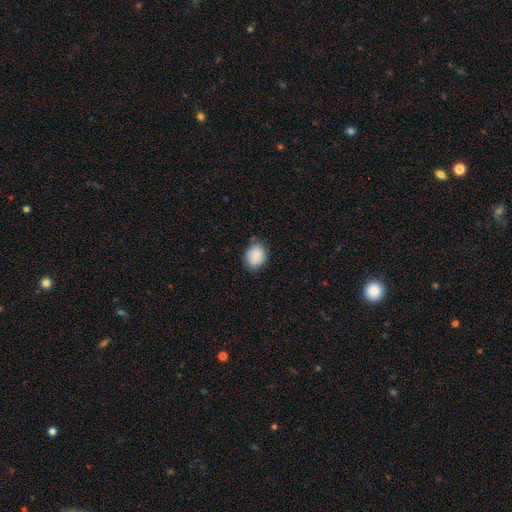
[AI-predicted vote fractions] Morphology: type=smooth (88%); roundness=round (58%); merging=none (78%).